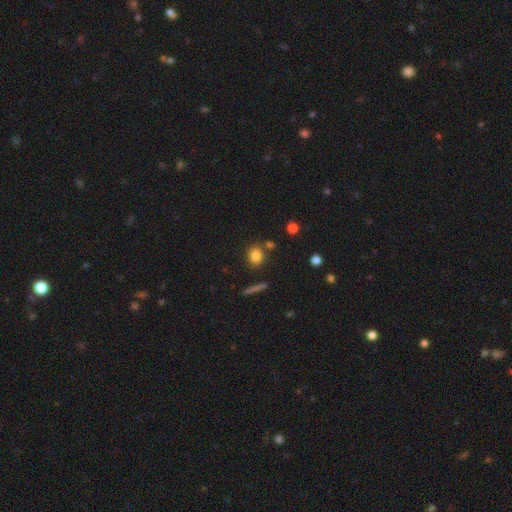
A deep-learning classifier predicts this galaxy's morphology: smooth-or-featured: smooth: 83% | star or artifact: 11% | featured or disk: 7%
  how-rounded: round: 58% | in between: 38% | cigar-shaped: 3%
  merging: none: 79% | minor disturbance: 9% | merger: 8% | major disturbance: 3%